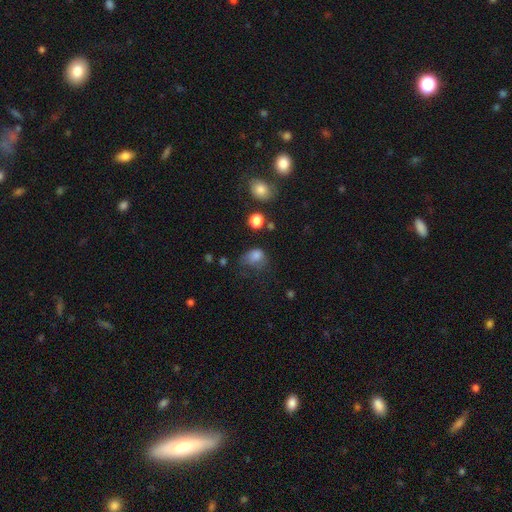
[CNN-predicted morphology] A smooth galaxy with no disk features (76%) that is in between round and cigar-shaped (56%). Merging: major disturbance (33%, tied with minor disturbance).